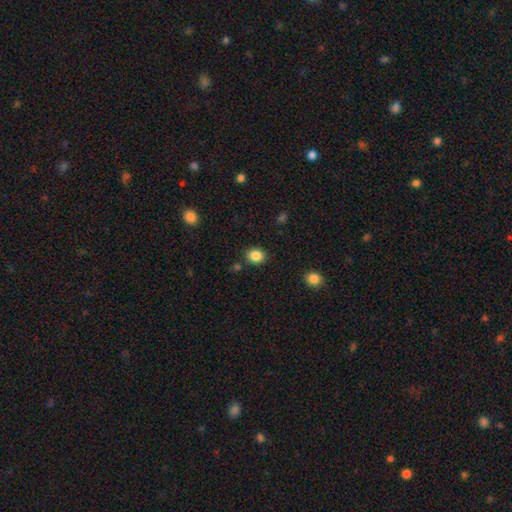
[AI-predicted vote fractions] Overall: smooth (86%). How rounded: round (72%). Merging: none (85%).